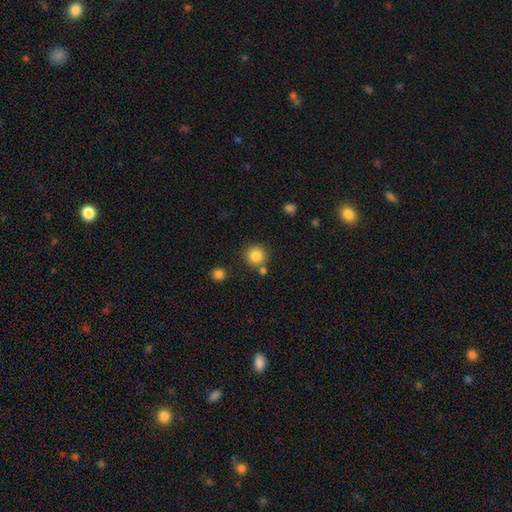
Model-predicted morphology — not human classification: This is clearly a smooth galaxy (84%). How rounded: clearly round (93%). Merging: likely none (78%).